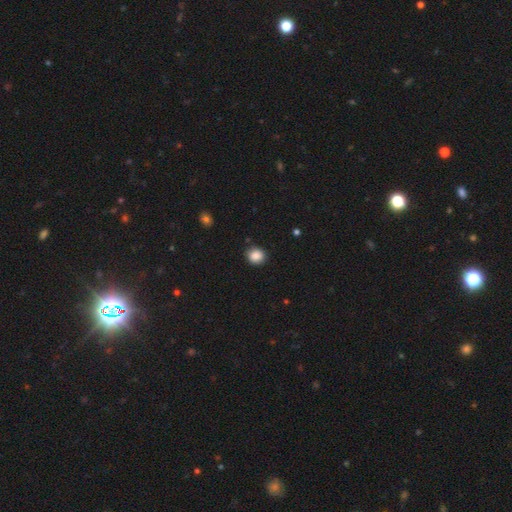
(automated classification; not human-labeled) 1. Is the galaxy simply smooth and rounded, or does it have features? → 87% smooth, 9% star or artifact, 4% featured or disk.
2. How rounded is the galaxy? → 78% round, 22% in between, 1% cigar-shaped.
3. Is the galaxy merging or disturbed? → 87% none, 9% minor disturbance, 2% major disturbance, 1% merger.